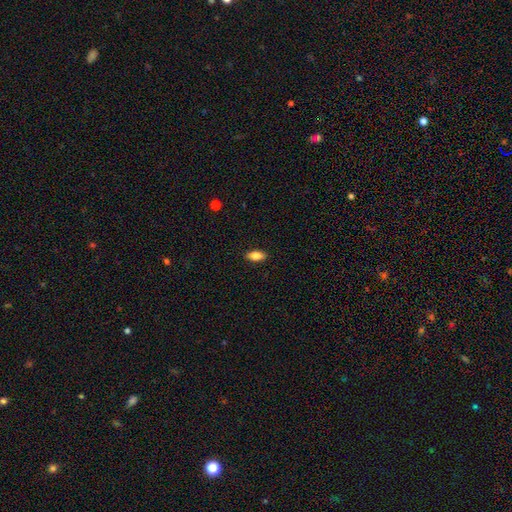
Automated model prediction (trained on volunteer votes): Morphology: type=smooth (77%); roundness=in between (82%); merging=none (89%).